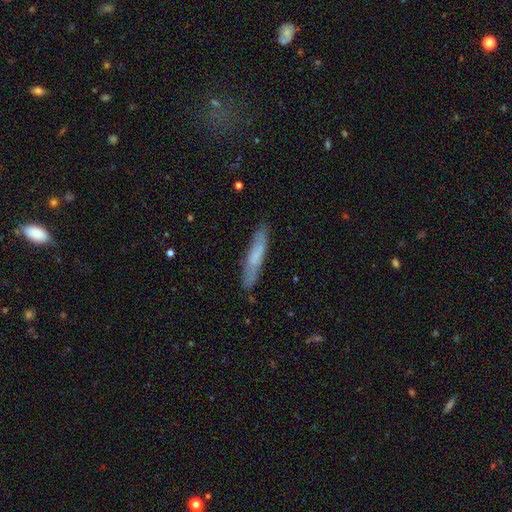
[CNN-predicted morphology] This is possibly a smooth galaxy (59%). How rounded: clearly cigar-shaped (91%). Merging: clearly none (85%).